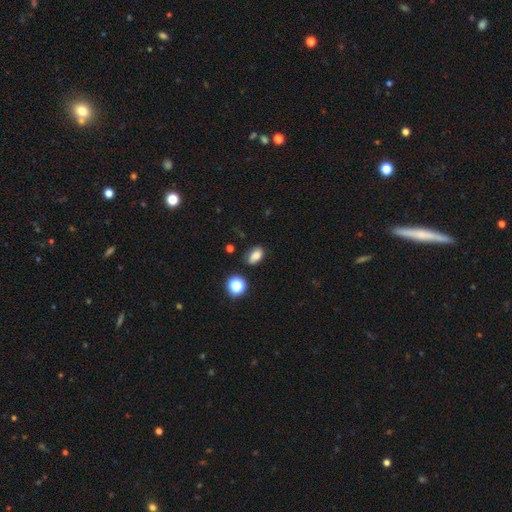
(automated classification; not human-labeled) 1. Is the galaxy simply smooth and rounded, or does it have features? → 80% smooth, 12% star or artifact, 8% featured or disk.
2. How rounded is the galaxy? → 84% in between, 14% round, 3% cigar-shaped.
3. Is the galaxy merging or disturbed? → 76% none, 17% minor disturbance, 4% major disturbance, 3% merger.